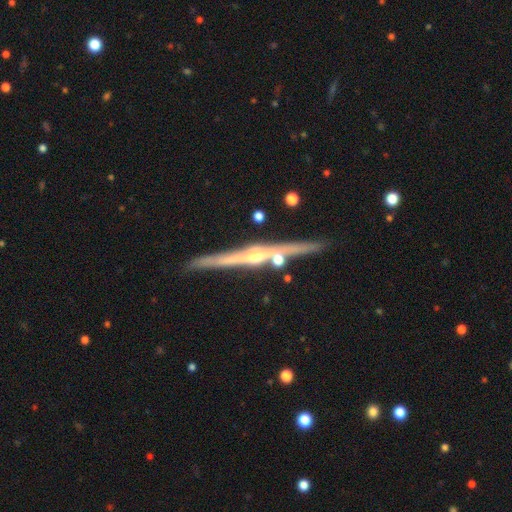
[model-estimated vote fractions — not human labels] A featured or disk galaxy (84%) viewed edge-on (98%) with a rounded central bulge (82%). Merging: none (85%).